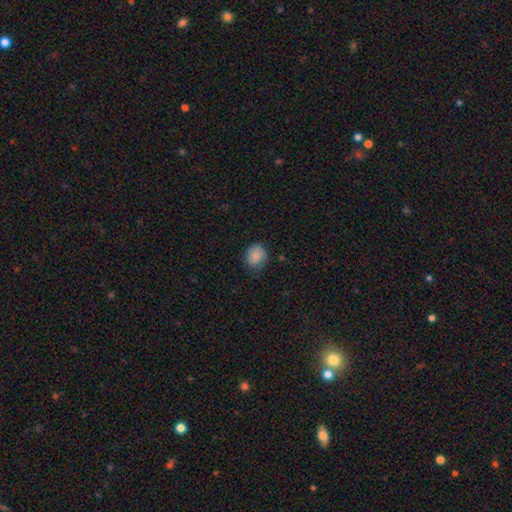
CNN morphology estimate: A smooth galaxy with no disk features (85%) that is round (67%). Merging: none (70%).